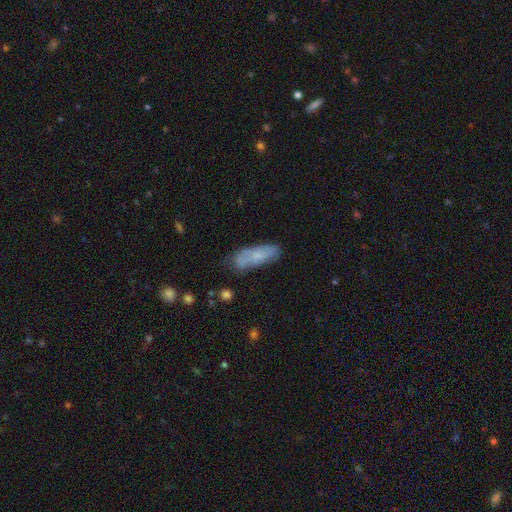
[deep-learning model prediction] Smooth or featured: smooth — 60% (featured or disk — 33%)
How rounded: in between — 58% (cigar-shaped — 40%)
Merging: none — 63% (minor disturbance — 25%)